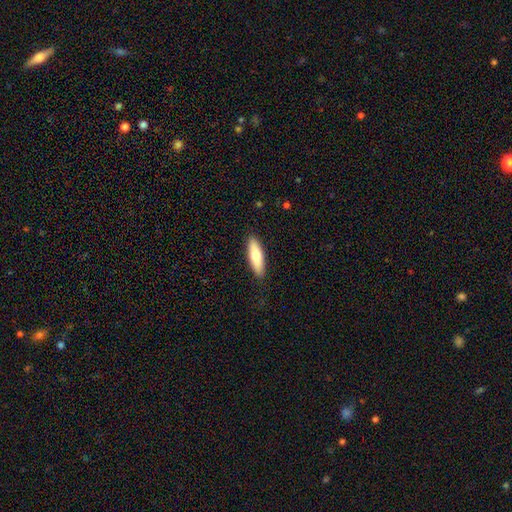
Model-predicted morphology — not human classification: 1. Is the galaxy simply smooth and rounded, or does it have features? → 73% smooth, 21% featured or disk, 6% star or artifact.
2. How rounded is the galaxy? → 55% cigar-shaped, 43% in between, 2% round.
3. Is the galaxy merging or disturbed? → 89% none, 8% minor disturbance, 2% major disturbance, 1% merger.